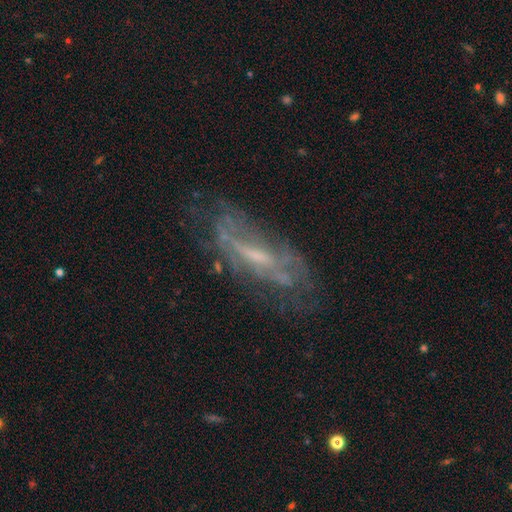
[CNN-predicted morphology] smooth_or_featured: featured or disk (p=0.71) [alt: smooth p=0.20]
disk_edge_on: no (p=0.80) [alt: yes p=0.20]
bar: weak (p=0.43) [alt: no p=0.33]
has_spiral_arms: yes (p=0.57) [alt: no p=0.43]
bulge_size: small (p=0.41) [alt: moderate p=0.34]
merging: none (p=0.53) [alt: minor disturbance p=0.23]